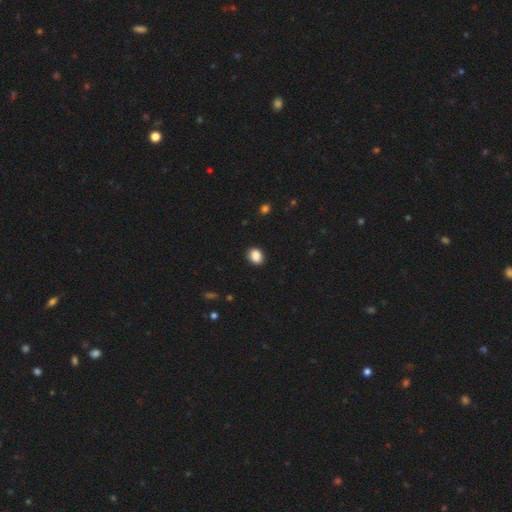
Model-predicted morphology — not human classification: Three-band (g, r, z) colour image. It shows a smooth galaxy with no disk features (88%) that is in between round and cigar-shaped (62%). Merging: none (87%).